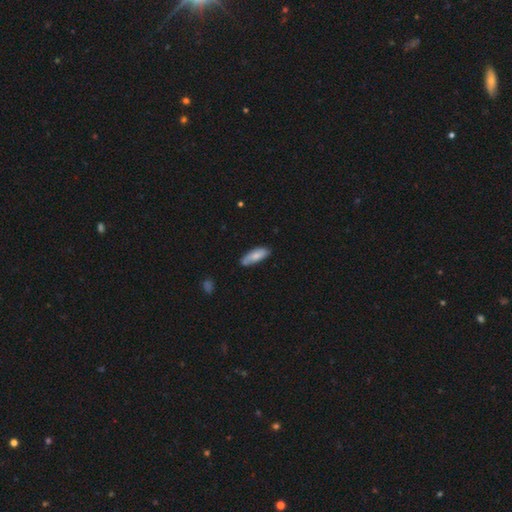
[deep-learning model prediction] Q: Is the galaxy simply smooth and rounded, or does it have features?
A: smooth — 77%.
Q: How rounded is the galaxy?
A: in between — 63%.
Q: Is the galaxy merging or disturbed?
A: none — 70%.